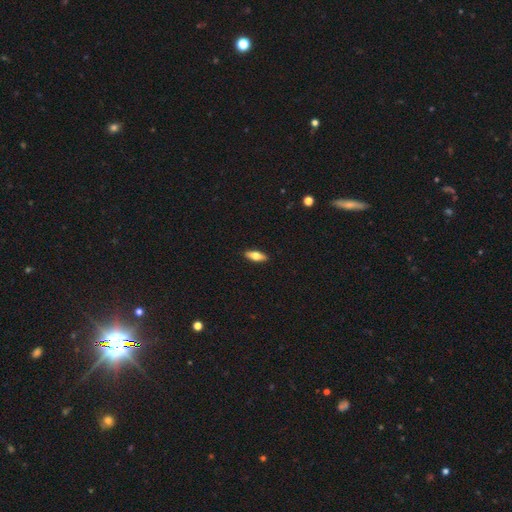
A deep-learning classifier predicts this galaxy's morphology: Smooth or featured? Predicted: smooth (p=0.66). How rounded? Predicted: in between (p=0.71). Merging? Predicted: none (p=0.90).